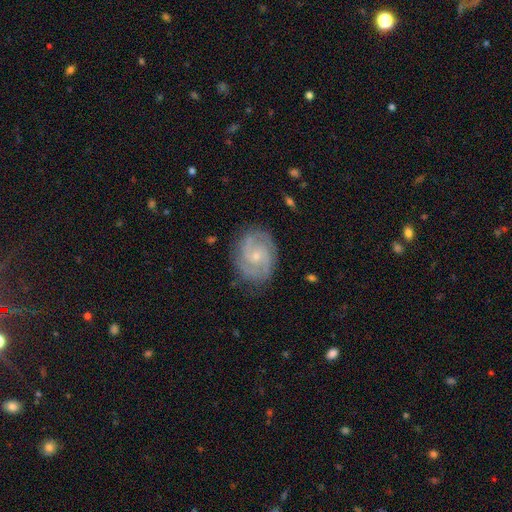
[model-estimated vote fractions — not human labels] Morphology: type=featured or disk (84%); edge-on=no (98%); bar=no (66%); spiral arms=yes (96%); winding=tight (47%); arm count=2 (52%); bulge=small (72%); merging=none (80%).